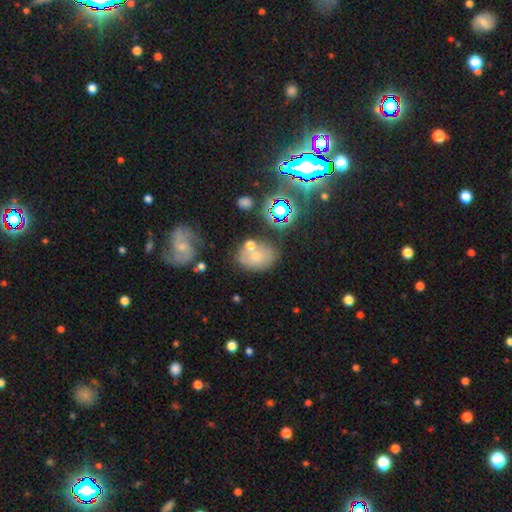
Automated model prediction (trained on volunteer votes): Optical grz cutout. It shows a smooth galaxy with no disk features (57%) that is in between round and cigar-shaped (61%). Merging: none (54%).